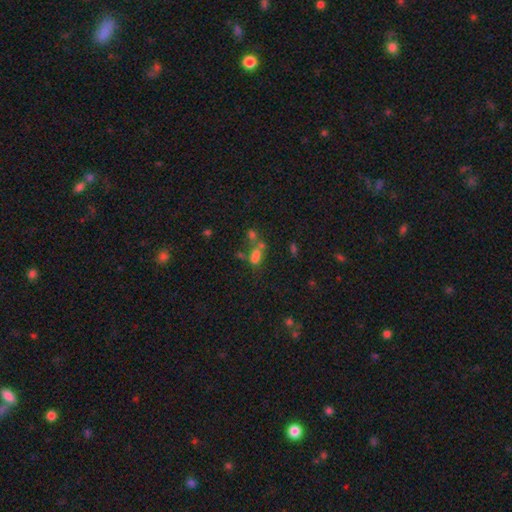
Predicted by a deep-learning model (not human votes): Smooth or featured? smooth (61%)
How rounded? in between (77%)
Merging? merger (43%)